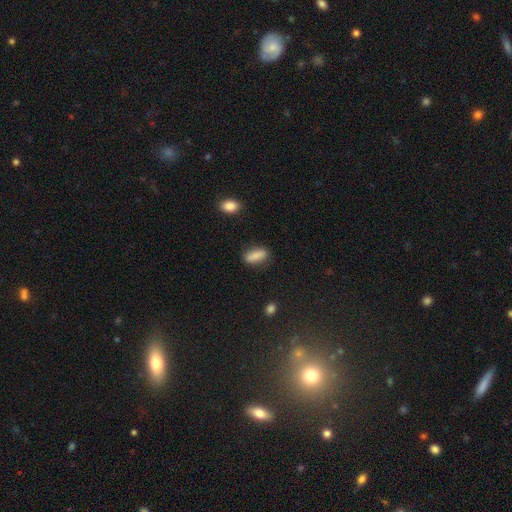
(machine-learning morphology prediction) Smooth or featured: smooth — 85% (featured or disk — 7%)
How rounded: in between — 74% (cigar-shaped — 23%)
Merging: none — 82% (minor disturbance — 13%)